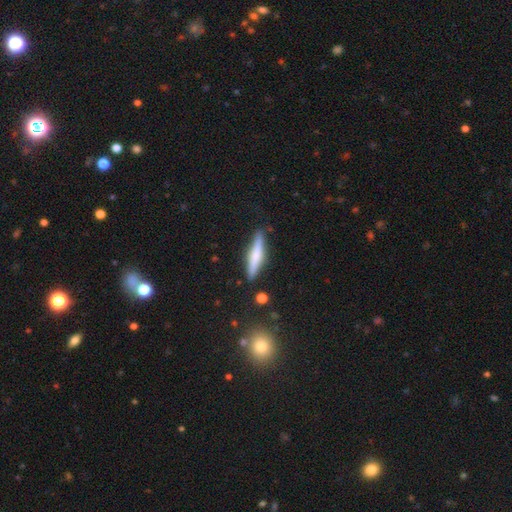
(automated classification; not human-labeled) The model was most divided on "smooth or featured": smooth: 48%, featured or disk: 45%, star or artifact: 7%. More confident: merging — none (86%).